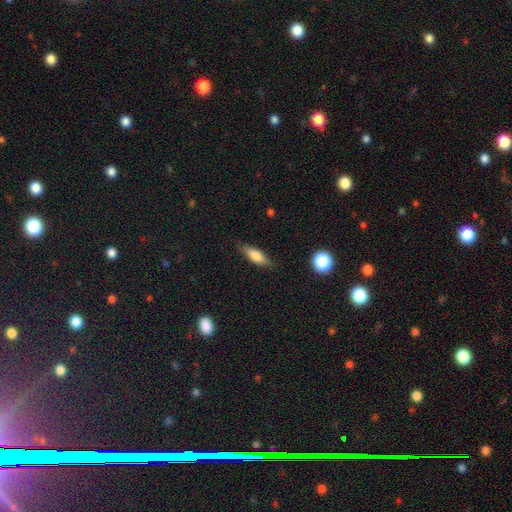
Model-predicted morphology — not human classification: Overall: smooth (68%). How rounded: in between (51%; cigar-shaped 46%). Merging: none (81%).